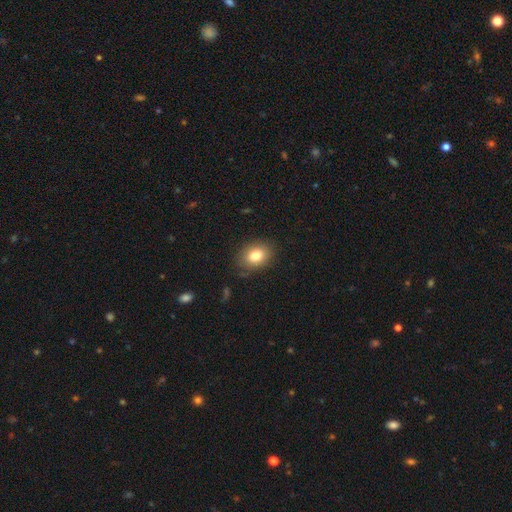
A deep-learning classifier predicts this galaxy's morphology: smooth 83%, star or artifact 9%, featured or disk 9%. Down the decision tree: how rounded — in between (75%); merging — none (82%).